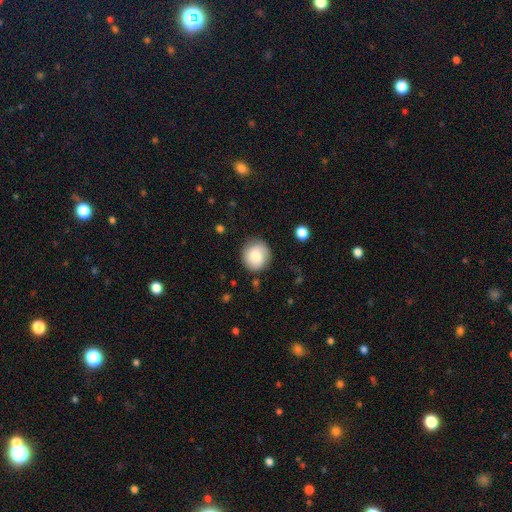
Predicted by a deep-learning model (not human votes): The model was most divided on "smooth or featured": smooth: 71%, featured or disk: 21%, star or artifact: 8%. More confident: how rounded — round (87%); merging — none (81%).